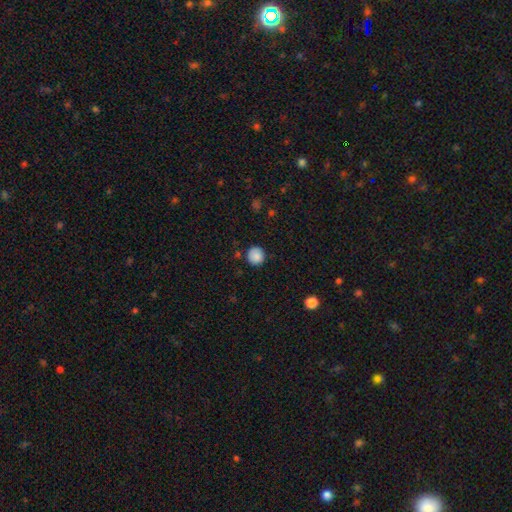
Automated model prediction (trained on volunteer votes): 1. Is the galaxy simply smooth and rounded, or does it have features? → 86% smooth, 9% star or artifact, 5% featured or disk.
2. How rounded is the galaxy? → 90% round, 9% in between, 1% cigar-shaped.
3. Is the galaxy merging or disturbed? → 83% none, 13% minor disturbance, 3% major disturbance, 2% merger.